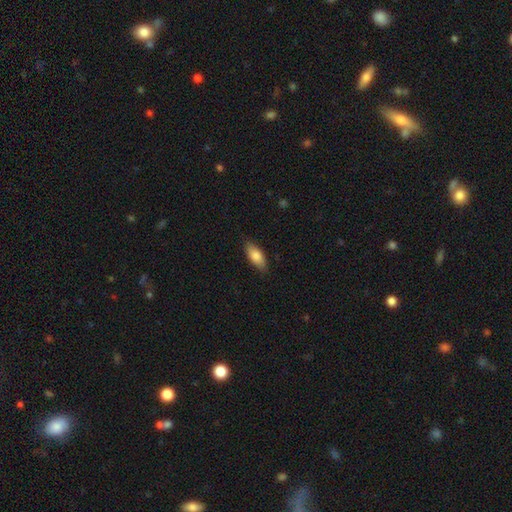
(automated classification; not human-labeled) Smooth or featured: smooth — 83% (featured or disk — 11%)
How rounded: in between — 83% (cigar-shaped — 15%)
Merging: none — 85% (minor disturbance — 12%)